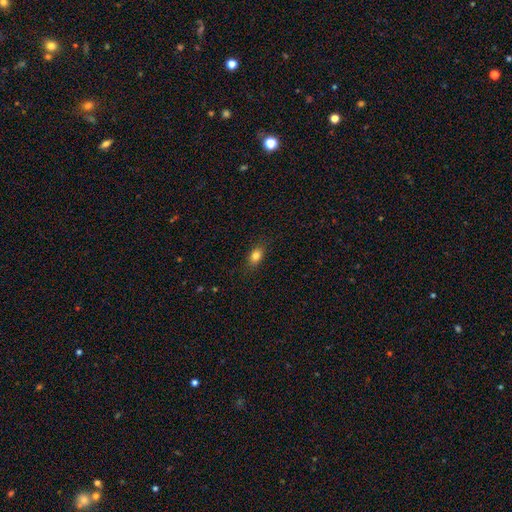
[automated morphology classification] Smooth or featured?
  - smooth: 81% *
  - star or artifact: 10%
  - featured or disk: 8%
How rounded?
  - in between: 76% *
  - round: 19%
  - cigar-shaped: 5%
Merging?
  - none: 85% *
  - minor disturbance: 11%
  - major disturbance: 3%
  - merger: 1%